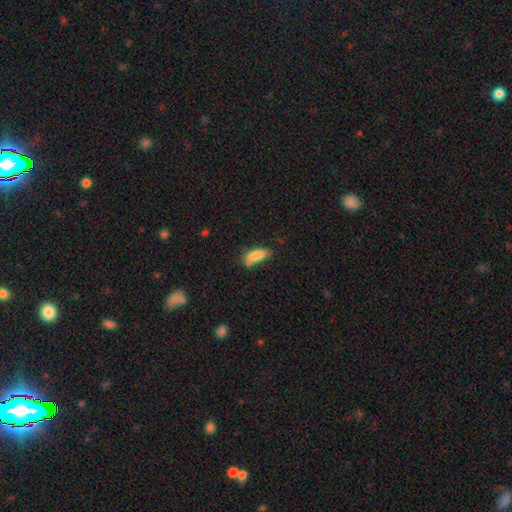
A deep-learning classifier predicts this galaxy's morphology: Smooth or featured?
  - smooth: 84% *
  - featured or disk: 8%
  - star or artifact: 8%
How rounded?
  - in between: 72% *
  - cigar-shaped: 26%
  - round: 2%
Merging?
  - none: 51% *
  - minor disturbance: 33%
  - major disturbance: 11%
  - merger: 5%